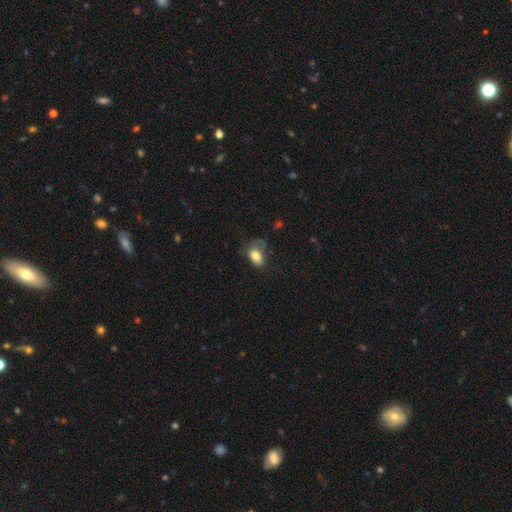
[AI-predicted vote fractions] Smooth or featured: smooth — 80% (featured or disk — 12%)
How rounded: in between — 85% (round — 13%)
Merging: none — 39% (minor disturbance — 32%)